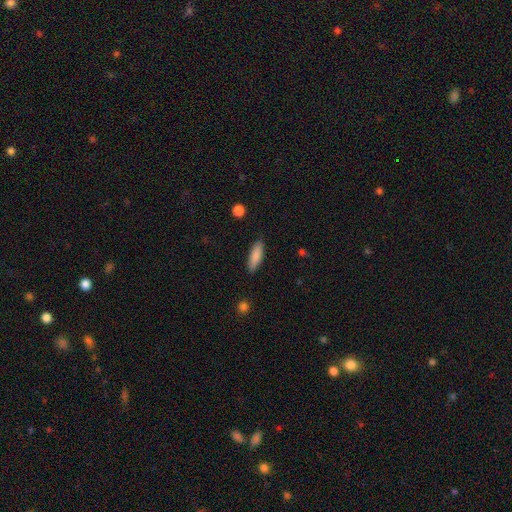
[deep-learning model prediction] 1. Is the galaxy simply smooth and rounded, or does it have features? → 86% smooth, 8% featured or disk, 6% star or artifact.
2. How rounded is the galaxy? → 53% cigar-shaped, 46% in between, 2% round.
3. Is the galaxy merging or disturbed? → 87% none, 9% minor disturbance, 2% major disturbance, 1% merger.